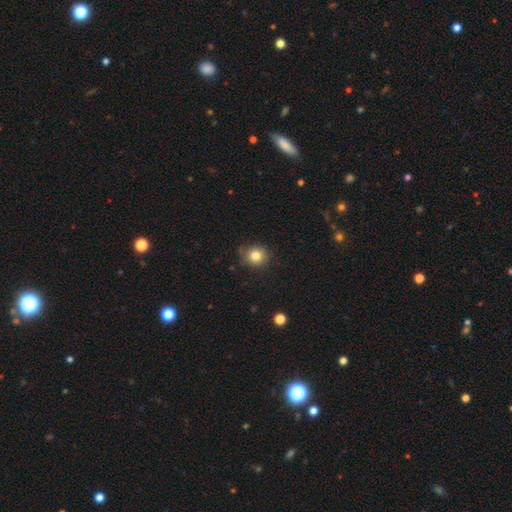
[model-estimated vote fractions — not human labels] Q: Smooth or featured?
A: smooth (83%); runner-up: star or artifact (11%)
Q: How rounded?
A: round (86%); runner-up: in between (13%)
Q: Merging?
A: none (83%); runner-up: minor disturbance (12%)